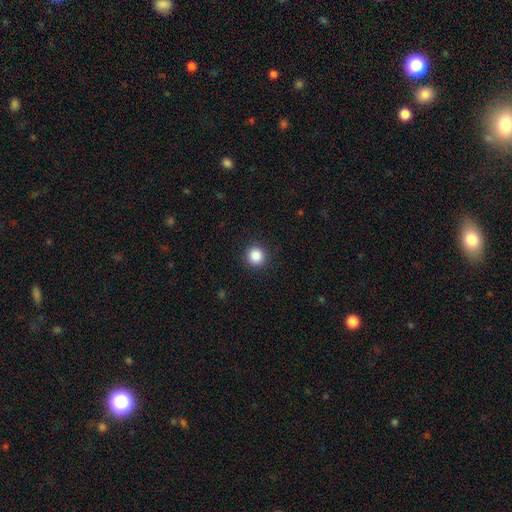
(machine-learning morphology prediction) This appears to be a smooth galaxy with no disk features (87%) that is round (94%). Merging: none (92%).